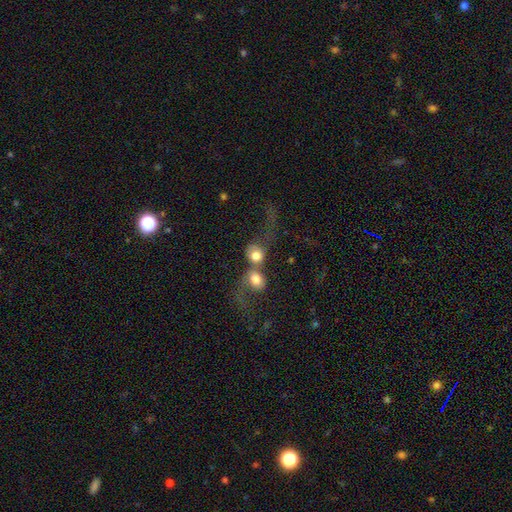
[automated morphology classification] This appears to be a smooth galaxy with no disk features (65%) that is round (73%). Merging: merger (77%).